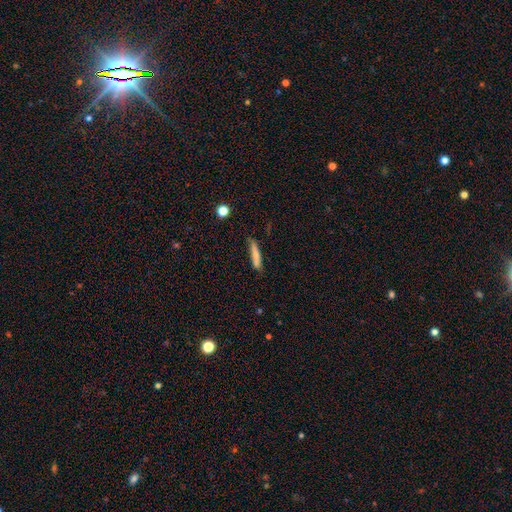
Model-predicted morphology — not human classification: Smooth or featured? smooth (74%)
How rounded? cigar-shaped (89%)
Merging? none (73%)